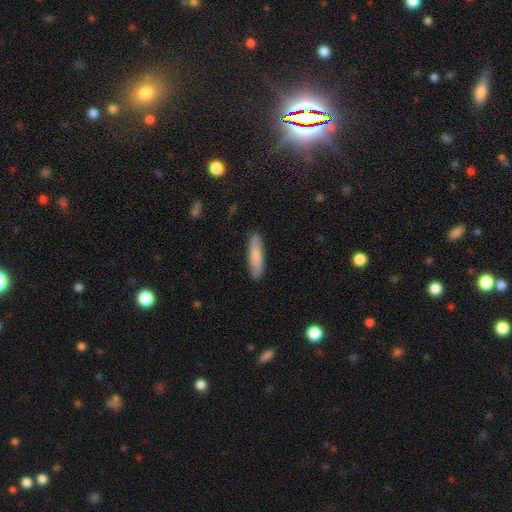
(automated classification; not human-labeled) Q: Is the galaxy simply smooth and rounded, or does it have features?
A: smooth — 72%.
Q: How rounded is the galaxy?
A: cigar-shaped — 68%.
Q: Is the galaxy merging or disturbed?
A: none — 86%.